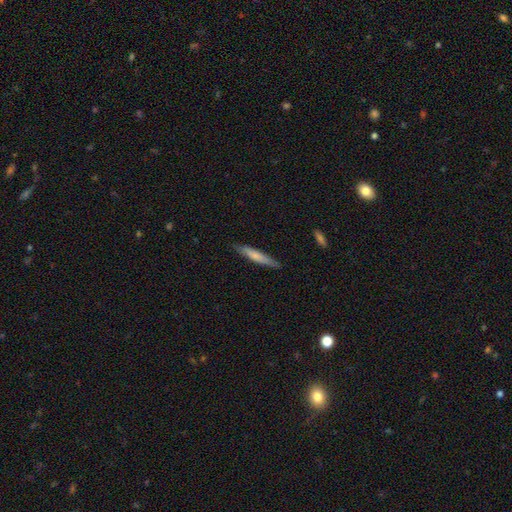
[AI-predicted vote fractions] This is likely a smooth galaxy (66%). How rounded: clearly cigar-shaped (92%). Merging: clearly none (86%).